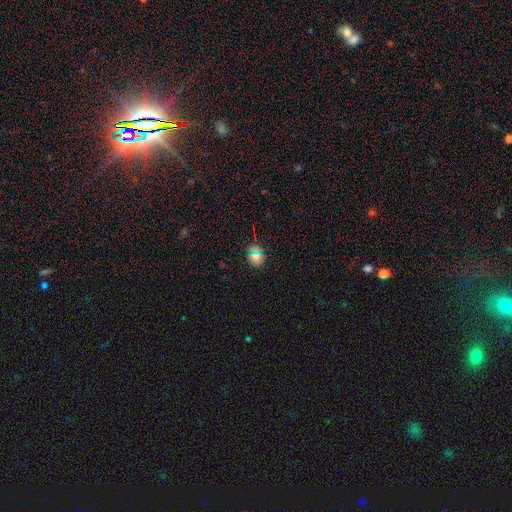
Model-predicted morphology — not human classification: This appears to be a smooth galaxy with no disk features (64%) that is round (86%). Merging: none (86%).